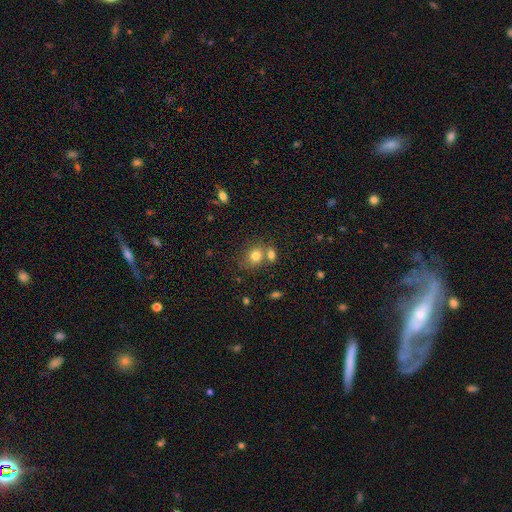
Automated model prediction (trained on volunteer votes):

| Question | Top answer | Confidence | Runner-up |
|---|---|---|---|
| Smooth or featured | smooth | 79% | star or artifact (11%) |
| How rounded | round | 62% | in between (37%) |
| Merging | none | 49% | merger (34%) |